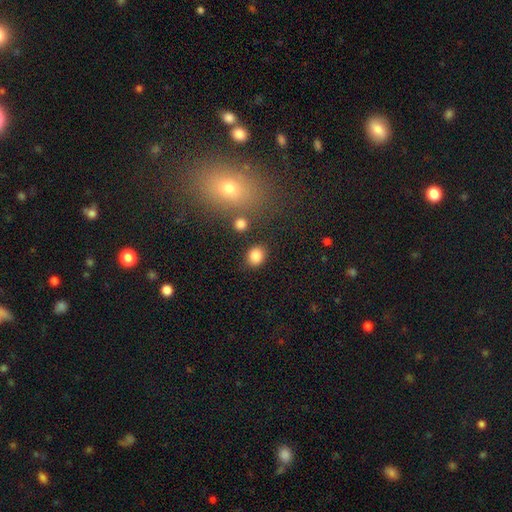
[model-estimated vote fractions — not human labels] A smooth galaxy with no disk features (85%) that is round (62%). Merging: none (82%).